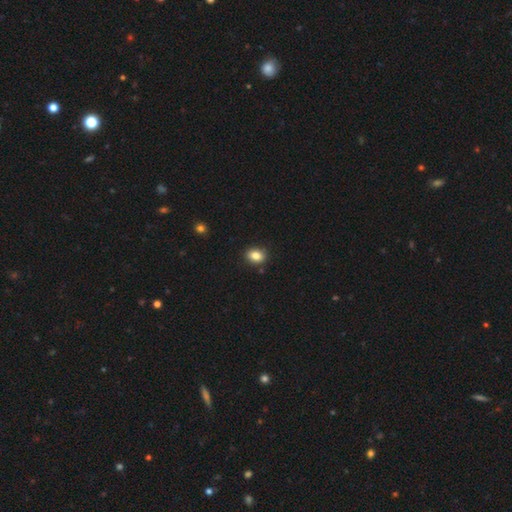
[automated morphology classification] smooth-or-featured: smooth: 84% | star or artifact: 10% | featured or disk: 6%
  how-rounded: in between: 63% | round: 36% | cigar-shaped: 1%
  merging: none: 87% | minor disturbance: 9% | merger: 2% | major disturbance: 2%